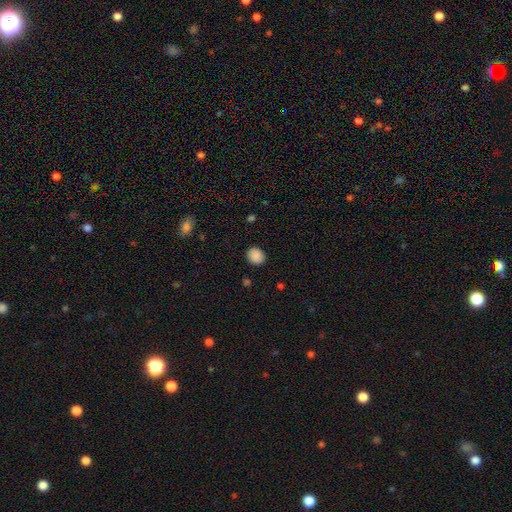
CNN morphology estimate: Smooth or featured? smooth (88%)
How rounded? round (72%)
Merging? none (89%)